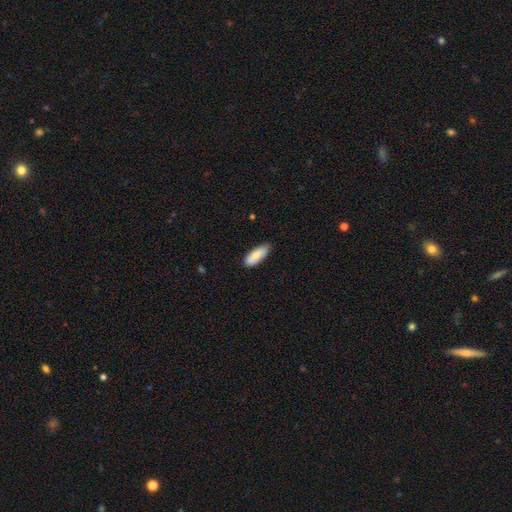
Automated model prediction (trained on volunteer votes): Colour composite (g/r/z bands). It shows a smooth galaxy with no disk features (84%) that is in between round and cigar-shaped (73%). Merging: none (80%).